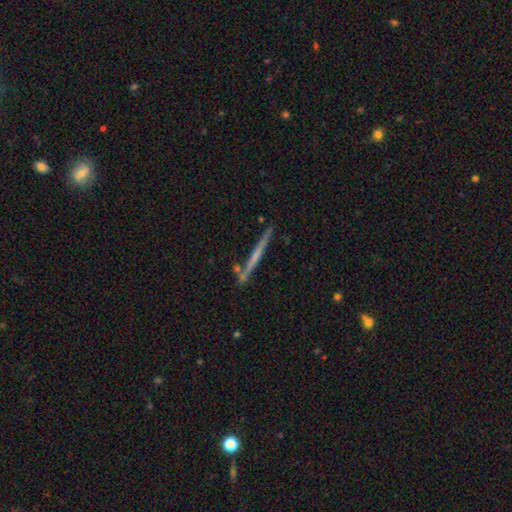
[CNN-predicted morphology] smooth_or_featured: featured or disk (p=0.57) [alt: smooth p=0.37]
disk_edge_on: yes (p=0.97) [alt: no p=0.03]
edge_on_bulge: none (p=0.76) [alt: rounded p=0.17]
merging: none (p=0.83) [alt: minor disturbance p=0.10]